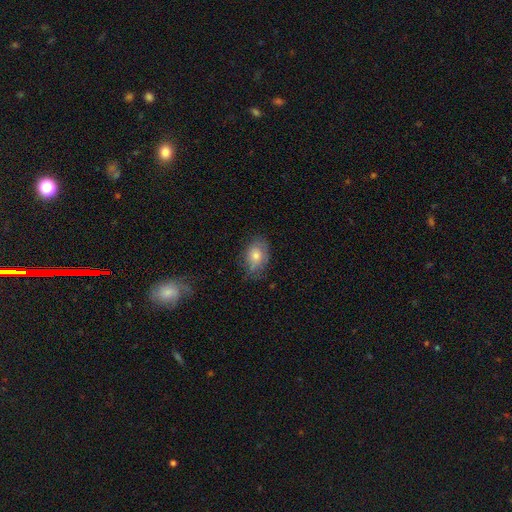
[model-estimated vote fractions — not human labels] Smooth or featured: smooth — 68% (featured or disk — 23%)
How rounded: in between — 78% (round — 20%)
Merging: none — 67% (minor disturbance — 24%)